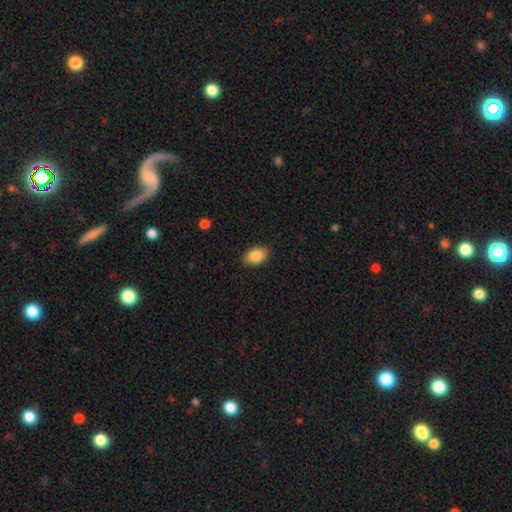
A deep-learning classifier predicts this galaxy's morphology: smooth 86%, star or artifact 7%, featured or disk 7%. Down the decision tree: how rounded — in between (89%); merging — none (88%).